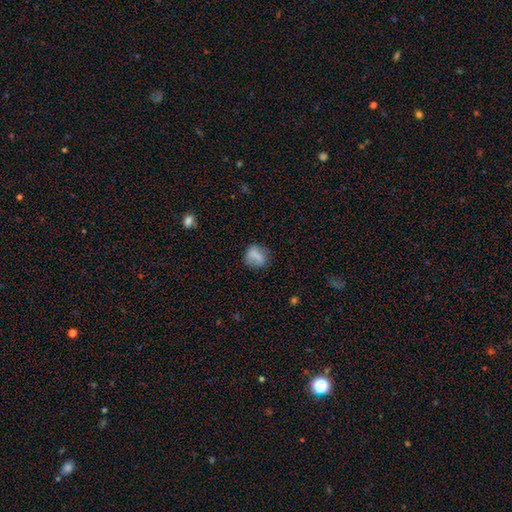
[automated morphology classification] Smooth or featured: smooth — 75% (featured or disk — 16%)
How rounded: round — 67% (in between — 31%)
Merging: none — 69% (minor disturbance — 19%)